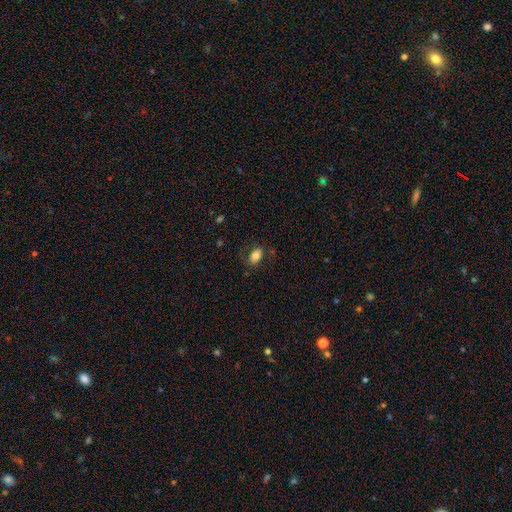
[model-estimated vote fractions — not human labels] smooth_or_featured: smooth (p=0.78) [alt: featured or disk p=0.13]
how_rounded: in between (p=0.83) [alt: round p=0.16]
merging: none (p=0.74) [alt: minor disturbance p=0.18]